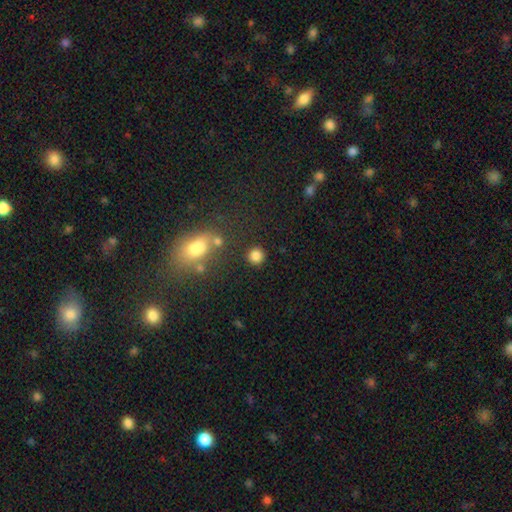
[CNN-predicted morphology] Smooth or featured: smooth — 83% (star or artifact — 12%)
How rounded: round — 92% (in between — 7%)
Merging: none — 83% (minor disturbance — 8%)